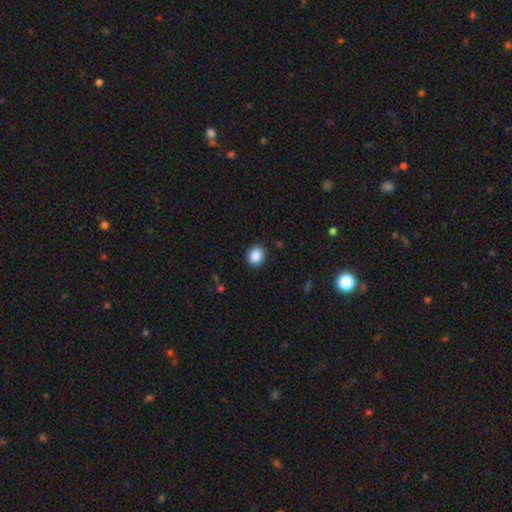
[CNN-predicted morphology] The model was most divided on "how rounded": round: 75%, in between: 25%, cigar-shaped: 1%. More confident: merging — none (90%); smooth or featured — smooth (88%).